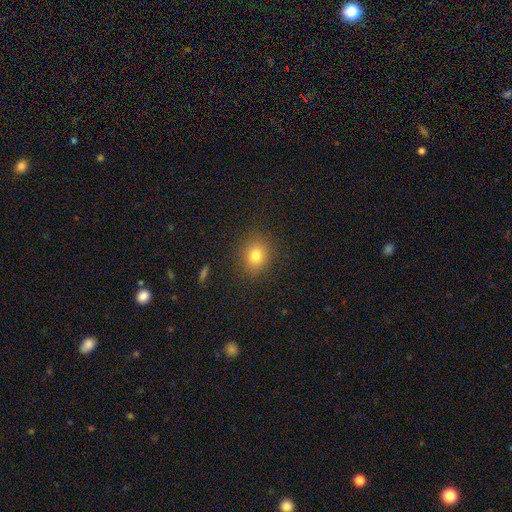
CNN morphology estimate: A smooth galaxy with no disk features (79%) that is round (67%). Merging: none (86%).